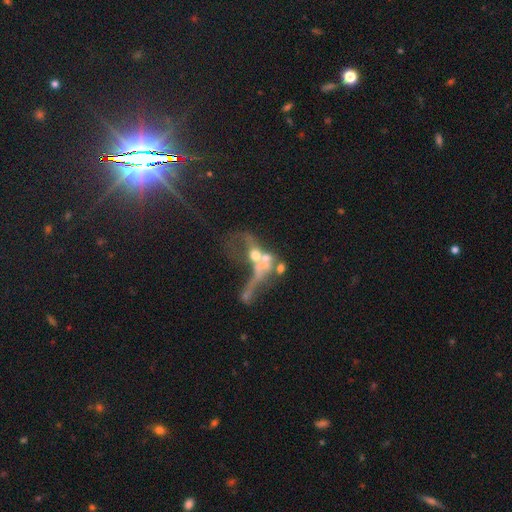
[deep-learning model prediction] This appears to be a featured or disk galaxy (49%). Merging: merger (48%).